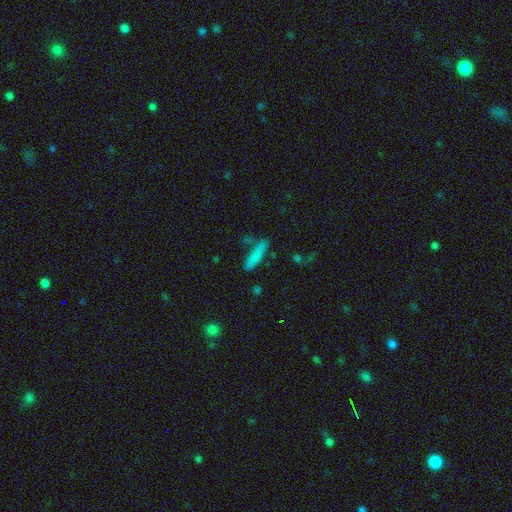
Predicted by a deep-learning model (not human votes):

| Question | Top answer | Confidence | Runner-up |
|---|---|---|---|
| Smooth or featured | smooth | 76% | featured or disk (15%) |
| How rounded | cigar-shaped | 80% | in between (18%) |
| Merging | none | 69% | minor disturbance (17%) |